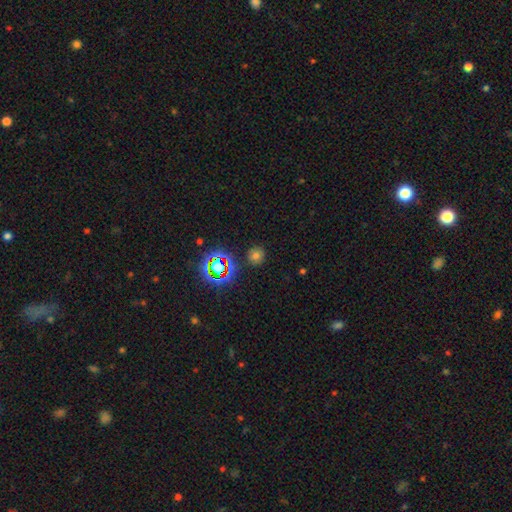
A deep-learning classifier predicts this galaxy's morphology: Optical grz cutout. It shows a smooth galaxy with no disk features (64%) that is round (89%). Merging: none (85%).